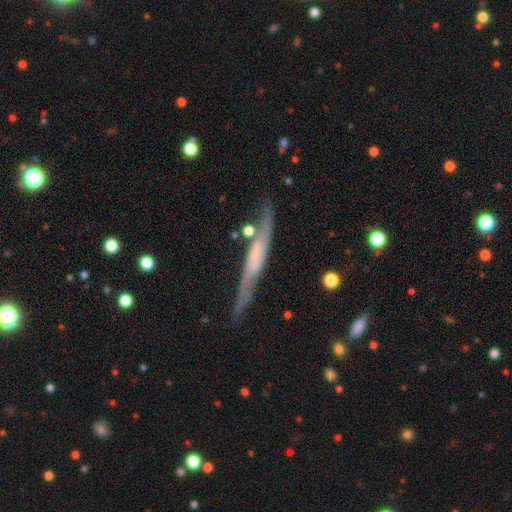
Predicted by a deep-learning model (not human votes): Smooth or featured?
  - featured or disk: 66% *
  - smooth: 28%
  - star or artifact: 6%
Edge-on disk?
  - yes: 80% *
  - no: 20%
Edge-on bulge?
  - none: 53% *
  - rounded: 25%
  - boxy: 22%
Merging?
  - none: 70% *
  - minor disturbance: 19%
  - major disturbance: 6%
  - merger: 5%